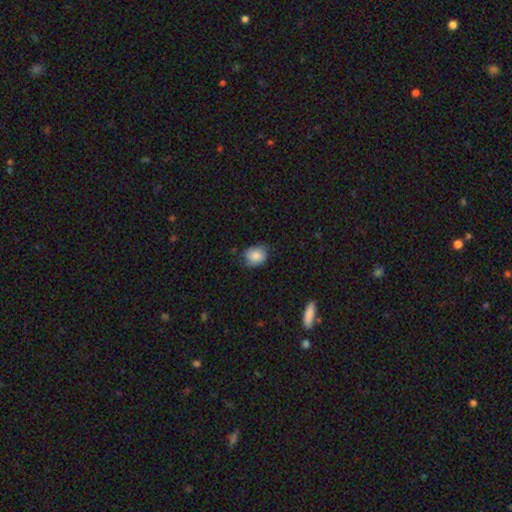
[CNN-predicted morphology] Smooth or featured? Predicted: smooth (p=0.80). How rounded? Predicted: round (p=0.52). Merging? Predicted: none (p=0.59).